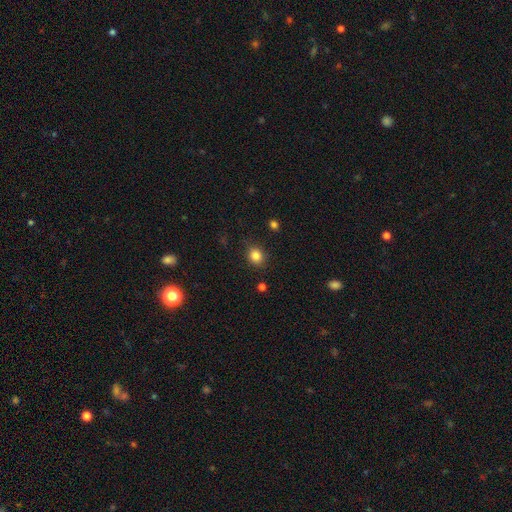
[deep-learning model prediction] This is clearly a smooth galaxy (84%). How rounded: likely round (74%). Merging: clearly none (85%).